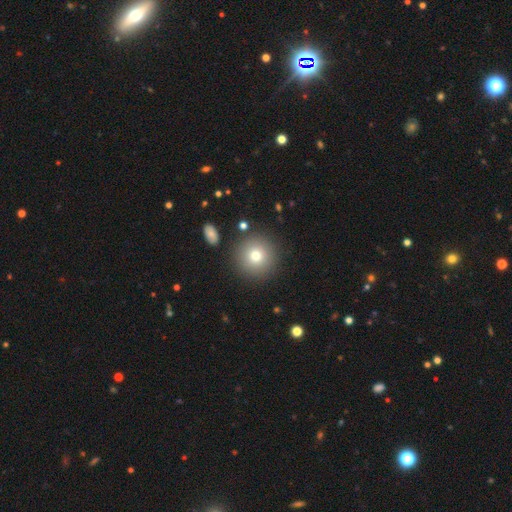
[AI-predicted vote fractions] Morphology: type=smooth (76%); roundness=round (95%); merging=none (88%).